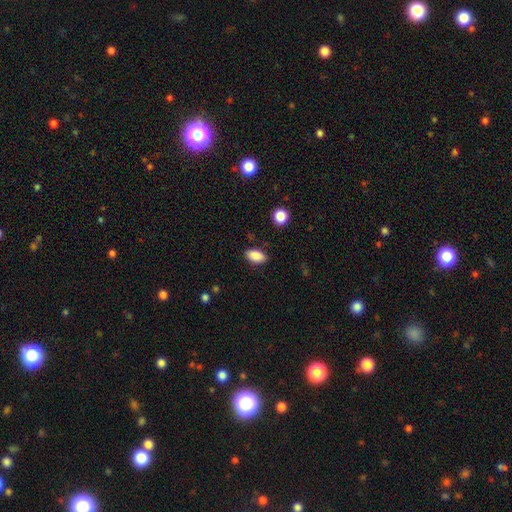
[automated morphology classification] The model was most divided on "merging": none: 86%, minor disturbance: 10%, major disturbance: 3%, merger: 1%. More confident: how rounded — in between (91%); smooth or featured — smooth (88%).